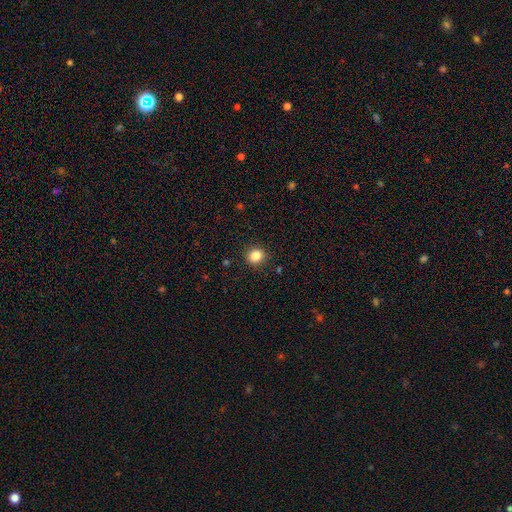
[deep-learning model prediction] A smooth galaxy with no disk features (85%) that is round (80%).

Vote fractions:
- Smooth or featured? smooth: 85% / star or artifact: 11% / featured or disk: 4%
- How rounded? round: 80% / in between: 19% / cigar-shaped: 1%
- Merging? none: 90% / minor disturbance: 7% / major disturbance: 2% / merger: 1%